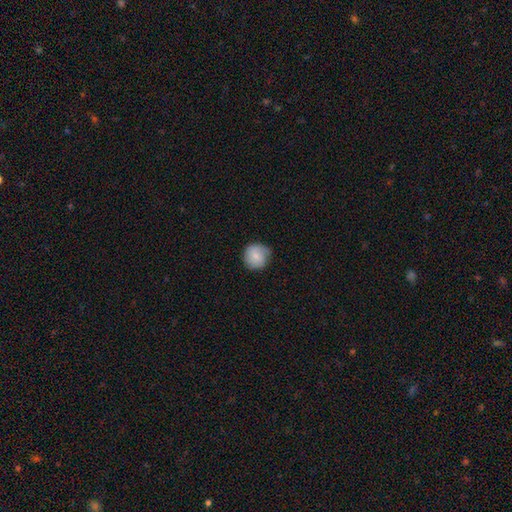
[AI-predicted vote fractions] This is likely a smooth galaxy (76%). How rounded: clearly round (91%). Merging: likely none (70%).